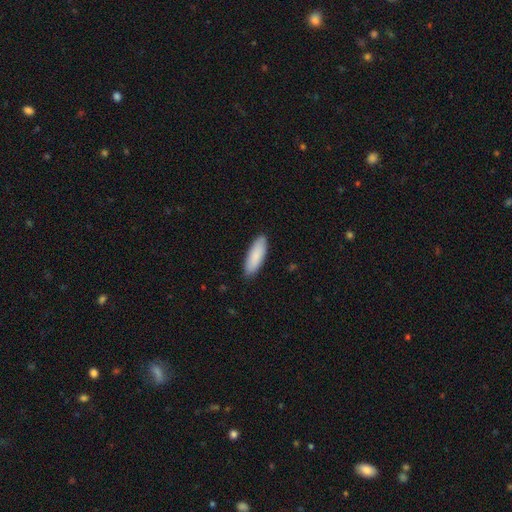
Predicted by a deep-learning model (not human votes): Smooth or featured? Predicted: smooth (p=0.88). How rounded? Predicted: in between (p=0.58). Merging? Predicted: none (p=0.89).